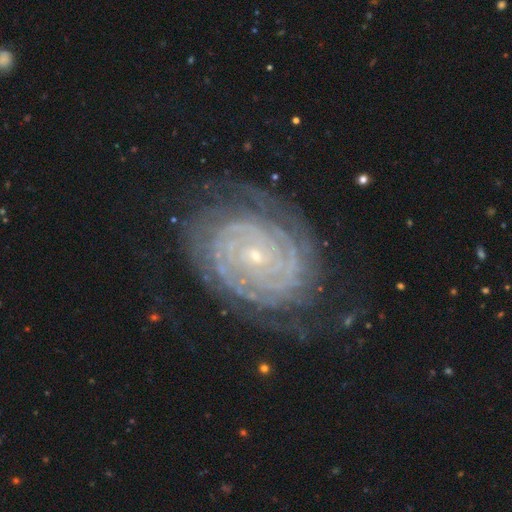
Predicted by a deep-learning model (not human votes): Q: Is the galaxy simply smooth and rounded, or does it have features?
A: featured or disk — 89%.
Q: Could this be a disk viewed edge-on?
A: no — 97%.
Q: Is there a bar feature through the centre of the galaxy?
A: no — 73%.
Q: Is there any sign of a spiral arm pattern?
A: yes — 98%.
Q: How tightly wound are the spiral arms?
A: tight — 87%.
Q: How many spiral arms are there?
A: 2 — 27%.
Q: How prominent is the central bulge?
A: small — 84%.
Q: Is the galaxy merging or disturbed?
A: none — 77%.